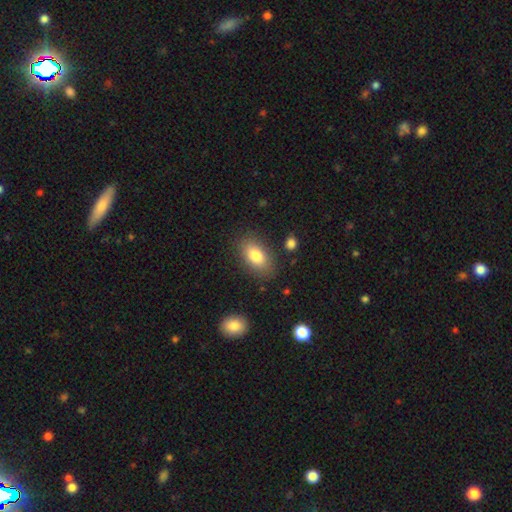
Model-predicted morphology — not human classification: smooth 82%, featured or disk 11%, star or artifact 8%. Down the decision tree: how rounded — in between (90%); merging — none (83%).